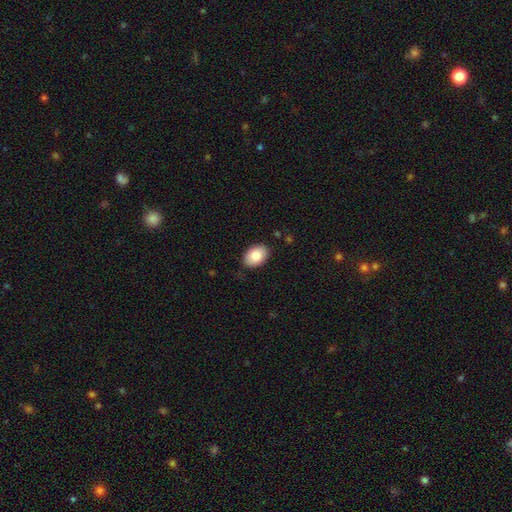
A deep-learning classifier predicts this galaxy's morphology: This appears to be a smooth galaxy with no disk features (82%) that is in between round and cigar-shaped (86%). Merging: none (86%).